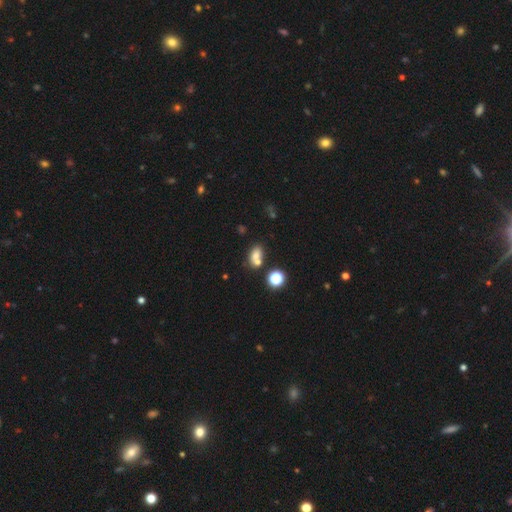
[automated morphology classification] The model was most divided on "merging": none: 43%, merger: 39%, minor disturbance: 12%, major disturbance: 5%. More confident: smooth or featured — smooth (68%); how rounded — in between (64%).